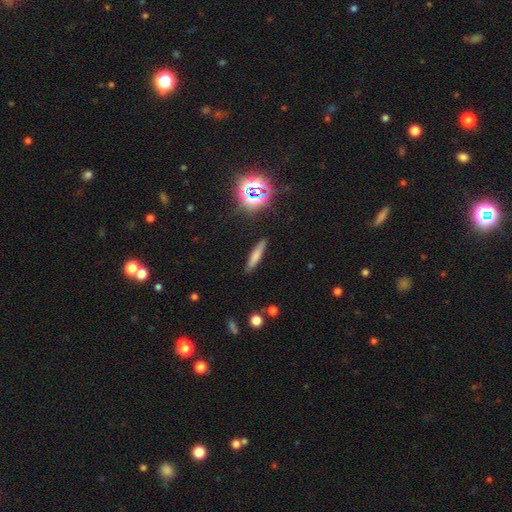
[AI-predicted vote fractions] Morphology: type=smooth (69%); roundness=cigar-shaped (86%); merging=none (86%).